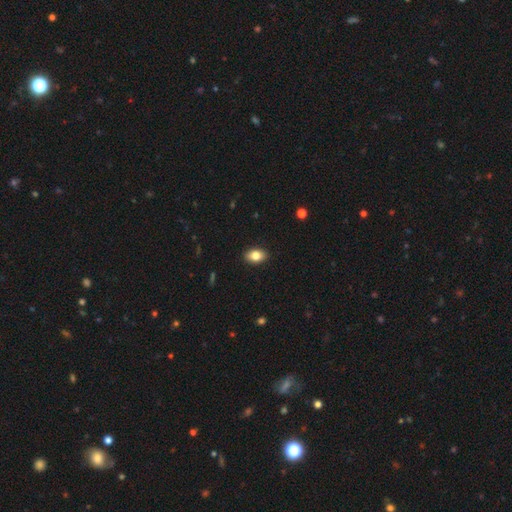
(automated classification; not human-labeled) Q: Smooth or featured?
A: smooth (82%); runner-up: featured or disk (10%)
Q: How rounded?
A: in between (86%); runner-up: round (12%)
Q: Merging?
A: none (90%); runner-up: minor disturbance (8%)